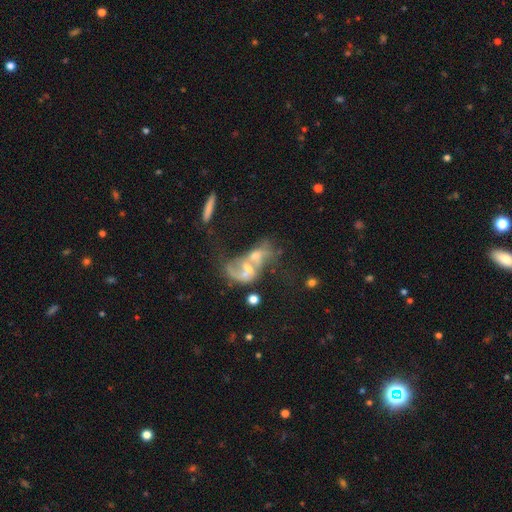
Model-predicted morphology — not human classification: The model was most divided on "spiral arms": yes: 55%, no: 45%. Remaining: edge-on disk — no (95%); merging — merger (68%); bar — no (65%); smooth or featured — featured or disk (63%); bulge size — moderate (47%).